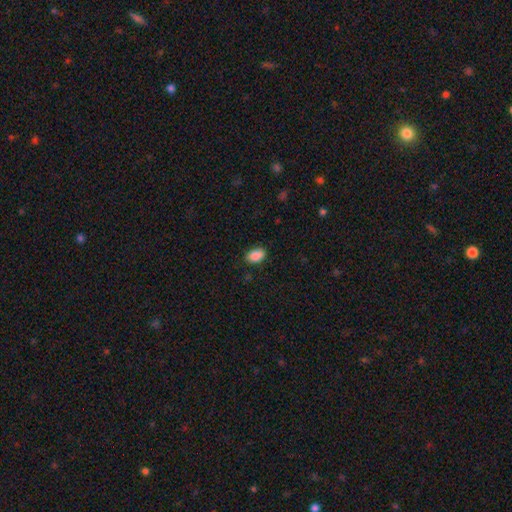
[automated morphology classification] smooth-or-featured: smooth: 89% | star or artifact: 8% | featured or disk: 3%
  how-rounded: in between: 90% | round: 8% | cigar-shaped: 2%
  merging: none: 82% | minor disturbance: 14% | major disturbance: 3% | merger: 1%